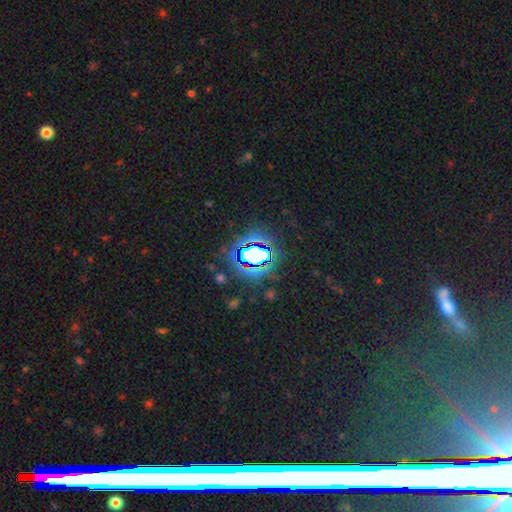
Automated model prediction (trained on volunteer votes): Smooth or featured?
  - star or artifact: 70% *
  - smooth: 19%
  - featured or disk: 11%